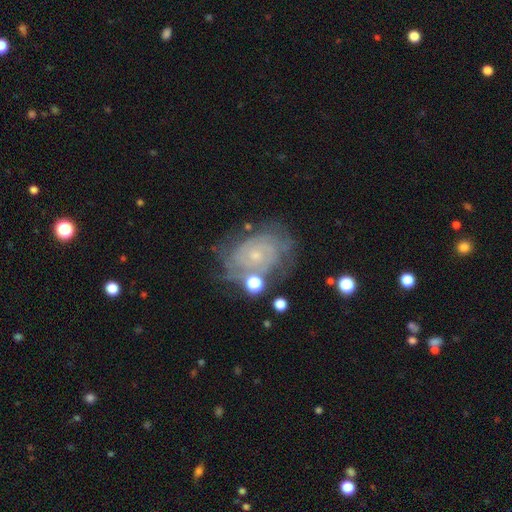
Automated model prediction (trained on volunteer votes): Morphology: type=featured or disk (78%); edge-on=no (97%); bar=no (77%); spiral arms=yes (91%); winding=tight (72%); arm count=can't tell (48%); bulge=small (79%); merging=none (65%).